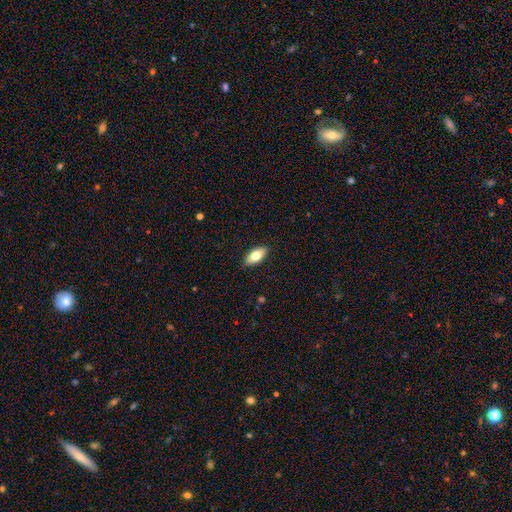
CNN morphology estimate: type=smooth (72%); roundness=in between (86%); merging=none (89%).